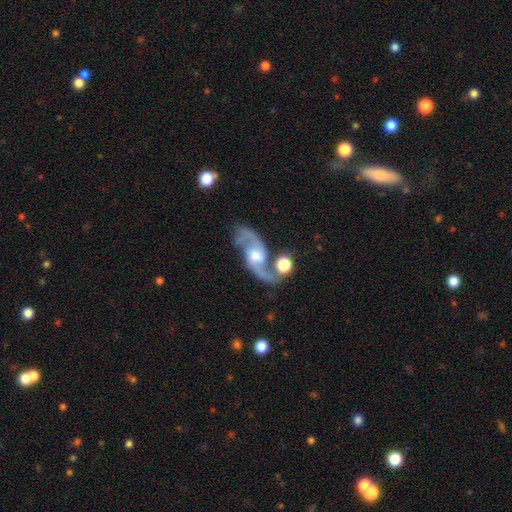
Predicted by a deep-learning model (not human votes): This is clearly a featured or disk galaxy (89%). It is clearly not viewed edge-on (96%). Bar: possibly no (48%). Spiral arm pattern: clearly yes (97%). Spiral arm count: clearly 2 (94%). Spiral winding: possibly loose (54%). Central bulge: possibly moderate (55%). Merging: likely none (63%).